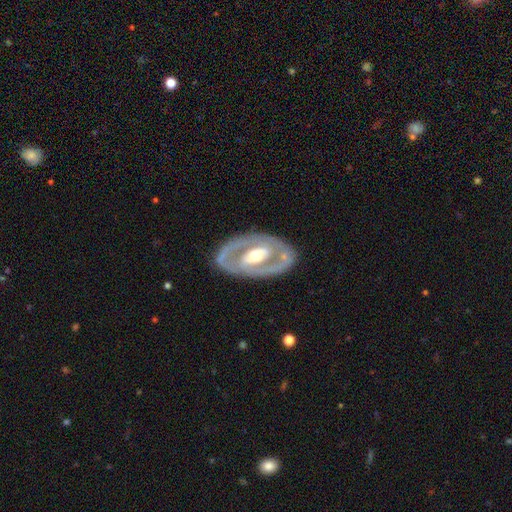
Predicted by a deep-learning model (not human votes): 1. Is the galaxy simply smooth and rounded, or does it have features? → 79% featured or disk, 17% smooth, 4% star or artifact.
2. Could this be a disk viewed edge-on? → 93% no, 7% yes.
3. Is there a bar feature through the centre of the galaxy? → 38% no, 32% weak, 29% strong.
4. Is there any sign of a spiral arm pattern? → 52% yes, 48% no.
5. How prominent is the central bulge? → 71% moderate, 14% small, 13% large, 1% dominant, 1% none.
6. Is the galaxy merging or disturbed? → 81% none, 12% minor disturbance, 5% major disturbance, 2% merger.